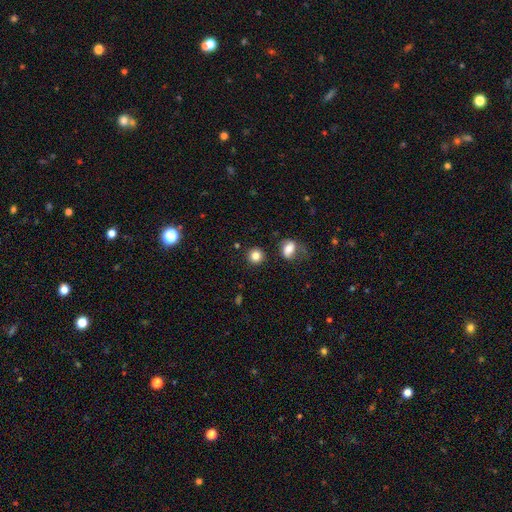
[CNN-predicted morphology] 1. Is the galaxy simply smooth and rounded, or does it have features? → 83% smooth, 11% star or artifact, 6% featured or disk.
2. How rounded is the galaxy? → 92% round, 7% in between, 1% cigar-shaped.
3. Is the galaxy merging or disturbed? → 87% none, 7% minor disturbance, 3% merger, 3% major disturbance.